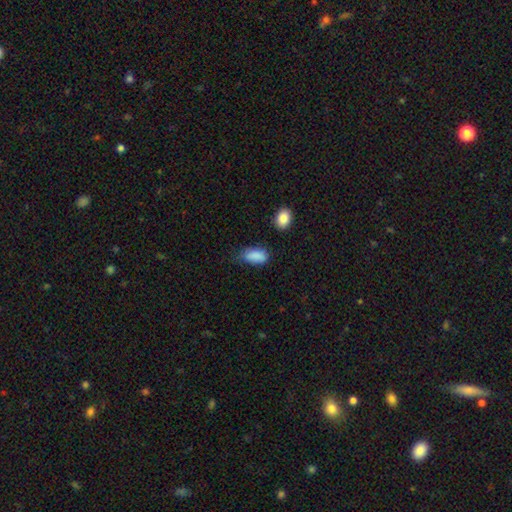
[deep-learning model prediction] Overall: smooth (87%). How rounded: in between (91%). Merging: none (52%; minor disturbance 36%).